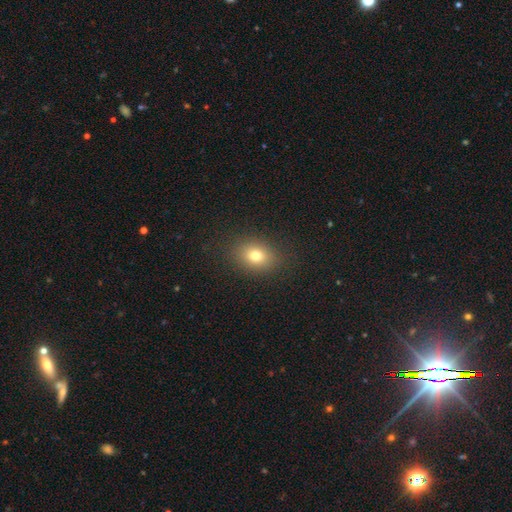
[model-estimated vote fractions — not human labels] Smooth or featured? Predicted: smooth (p=0.76). How rounded? Predicted: in between (p=0.59). Merging? Predicted: none (p=0.87).